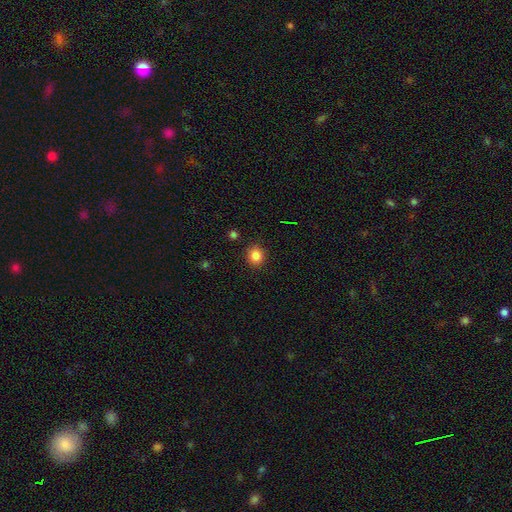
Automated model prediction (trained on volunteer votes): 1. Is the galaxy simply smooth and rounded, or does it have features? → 85% smooth, 11% star or artifact, 4% featured or disk.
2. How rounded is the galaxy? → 77% round, 22% in between, 1% cigar-shaped.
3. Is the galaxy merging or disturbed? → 89% none, 7% minor disturbance, 2% major disturbance, 2% merger.